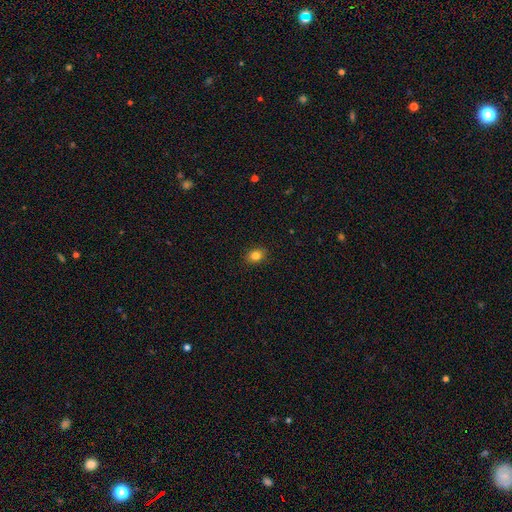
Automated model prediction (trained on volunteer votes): Overall: smooth (82%). How rounded: in between (60%; round 39%). Merging: none (90%).